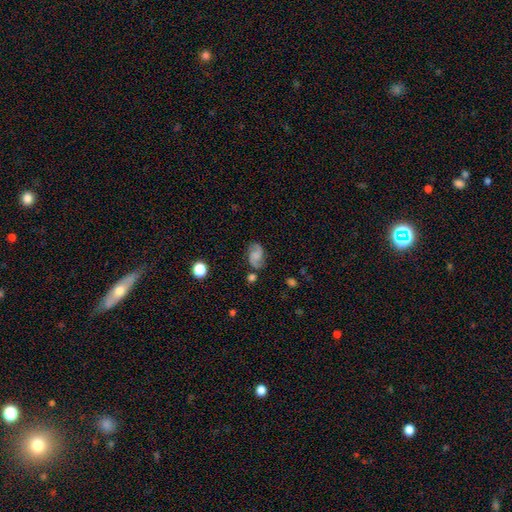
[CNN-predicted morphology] featured or disk 67%, smooth 24%, star or artifact 9%. Down the decision tree: edge-on disk — no (97%); bar — no (59%); spiral arms — yes (94%); spiral arm count — 2 (91%); spiral winding — medium (46%); bulge size — none (47%); merging — none (70%).